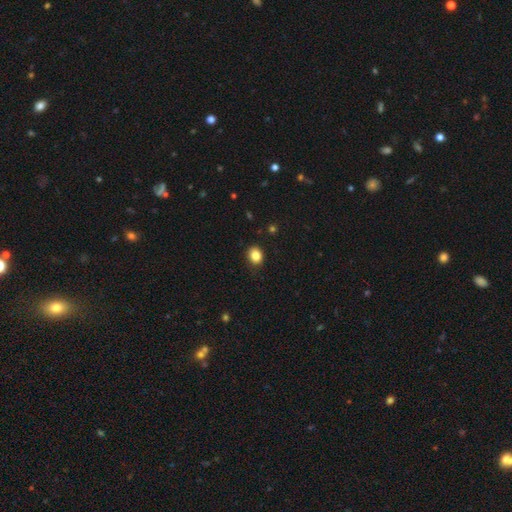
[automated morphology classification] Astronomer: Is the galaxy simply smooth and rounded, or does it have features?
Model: smooth — 84%.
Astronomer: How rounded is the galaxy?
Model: round — 57% (runner-up: in between, 42%).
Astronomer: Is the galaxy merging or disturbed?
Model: none — 87%.